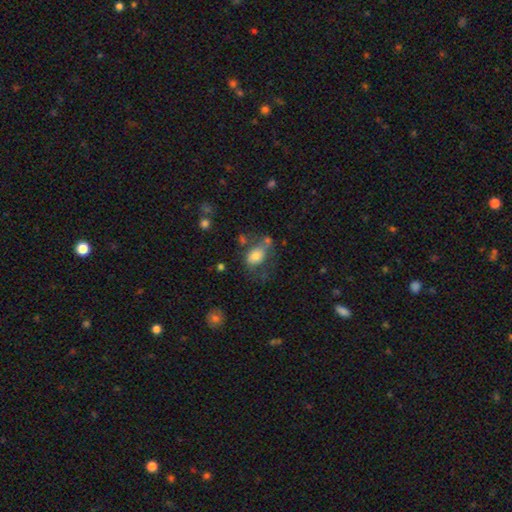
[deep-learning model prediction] A smooth galaxy with no disk features (73%) that is in between round and cigar-shaped (76%).

Vote fractions:
- Smooth or featured? smooth: 73% / featured or disk: 17% / star or artifact: 10%
- How rounded? in between: 76% / round: 23% / cigar-shaped: 2%
- Merging? none: 41% / minor disturbance: 24% / major disturbance: 19% / merger: 17%